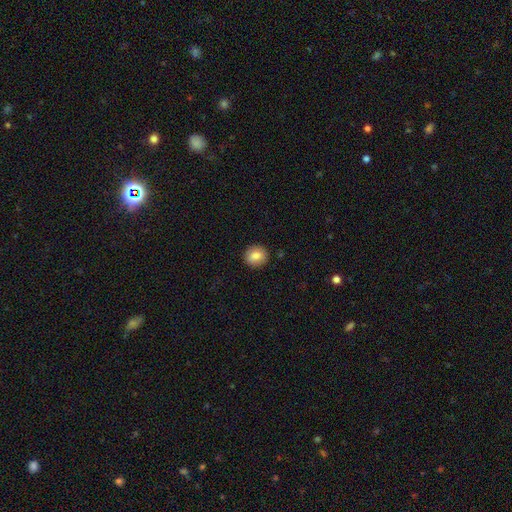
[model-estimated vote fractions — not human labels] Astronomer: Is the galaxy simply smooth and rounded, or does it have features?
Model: smooth — 81%.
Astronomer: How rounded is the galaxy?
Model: round — 79%.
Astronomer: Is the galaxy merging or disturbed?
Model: none — 90%.